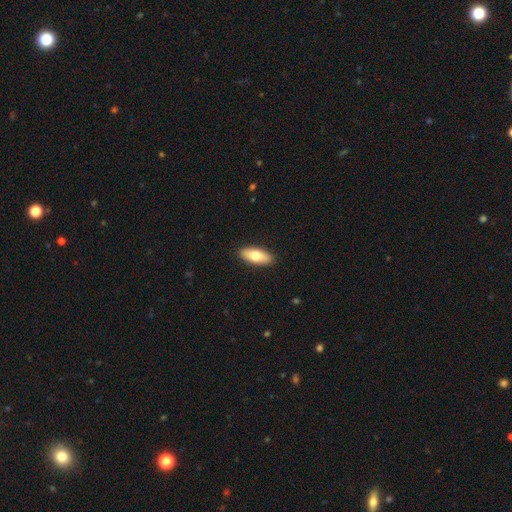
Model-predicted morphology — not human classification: Smooth or featured? Predicted: smooth (p=0.71). How rounded? Predicted: in between (p=0.79). Merging? Predicted: none (p=0.90).